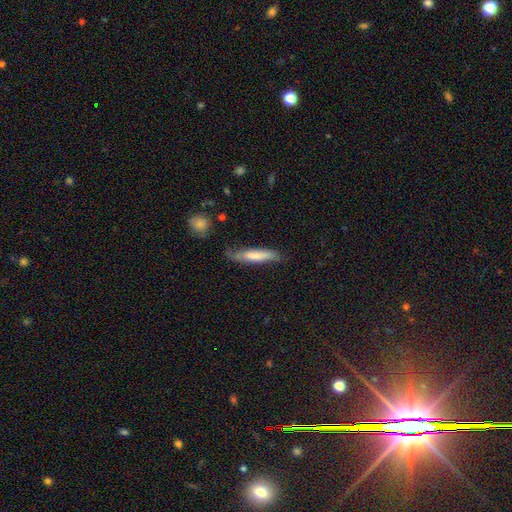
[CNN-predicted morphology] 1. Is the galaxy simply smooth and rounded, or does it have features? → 65% smooth, 29% featured or disk, 6% star or artifact.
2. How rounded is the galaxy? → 84% cigar-shaped, 15% in between, 1% round.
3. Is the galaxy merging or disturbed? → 59% none, 29% minor disturbance, 9% major disturbance, 3% merger.